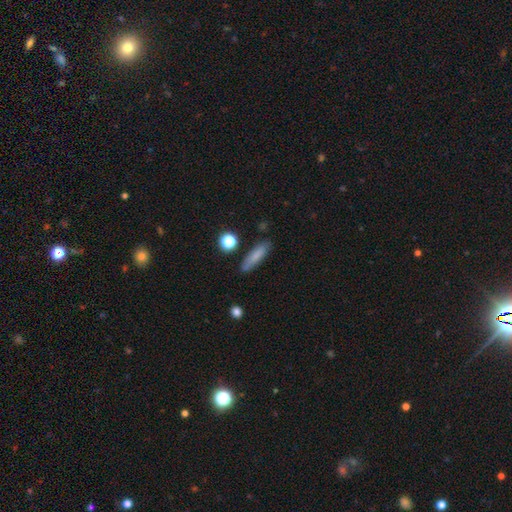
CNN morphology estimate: The model was most divided on "how rounded": cigar-shaped: 70%, in between: 27%, round: 3%. More confident: merging — none (82%); smooth or featured — smooth (77%).